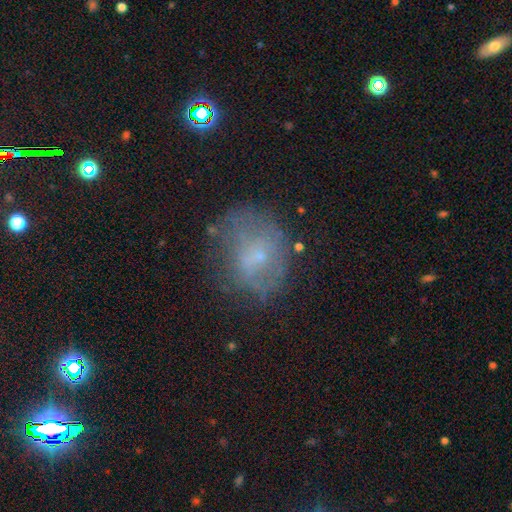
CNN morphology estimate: This appears to be a featured or disk galaxy (43%). Merging: none (53%).